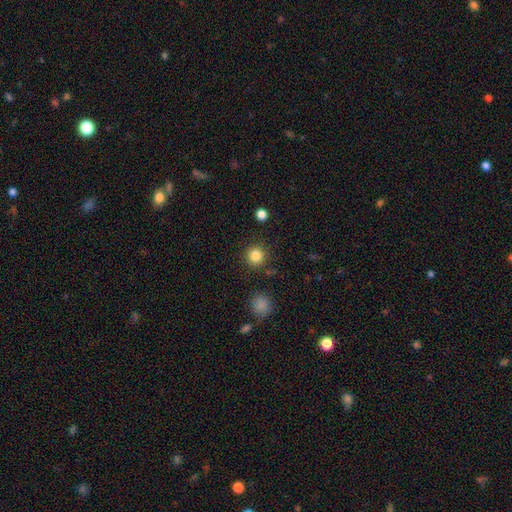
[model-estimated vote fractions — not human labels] A smooth galaxy with no disk features (84%) that is round (93%).

Vote fractions:
- Smooth or featured? smooth: 84% / star or artifact: 11% / featured or disk: 5%
- How rounded? round: 93% / in between: 6% / cigar-shaped: 1%
- Merging? none: 88% / minor disturbance: 7% / major disturbance: 3% / merger: 3%